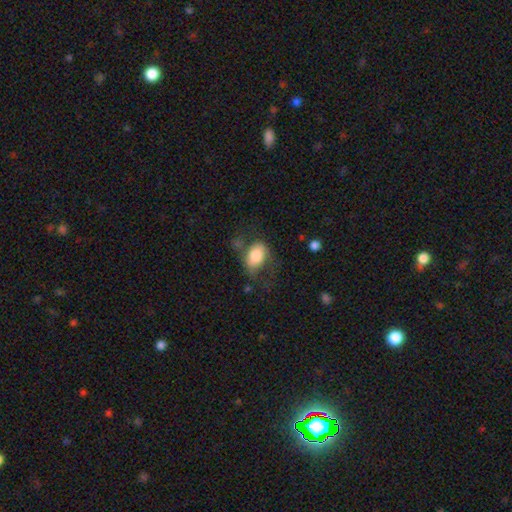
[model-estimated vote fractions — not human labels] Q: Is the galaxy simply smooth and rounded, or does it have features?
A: smooth — 76%.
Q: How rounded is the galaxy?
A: in between — 86%.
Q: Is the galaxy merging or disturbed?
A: none — 43%.